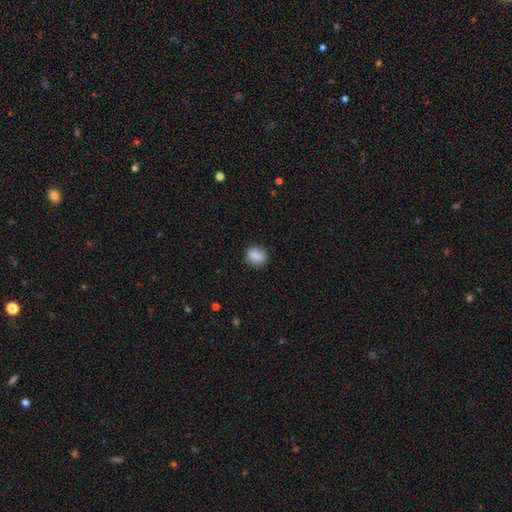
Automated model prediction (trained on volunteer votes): A smooth galaxy with no disk features (86%) that is in between round and cigar-shaped (50%).

Vote fractions:
- Smooth or featured? smooth: 86% / star or artifact: 8% / featured or disk: 6%
- How rounded? in between: 50% / round: 48% / cigar-shaped: 2%
- Merging? none: 85% / minor disturbance: 11% / major disturbance: 3% / merger: 1%